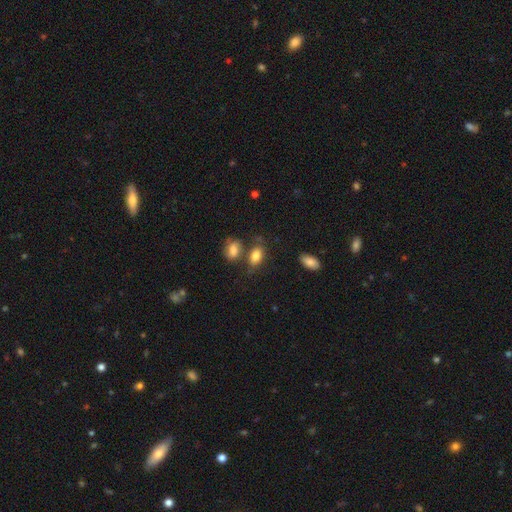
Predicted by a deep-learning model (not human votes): A smooth galaxy with no disk features (83%) that is in between round and cigar-shaped (89%). Merging: none (57%).